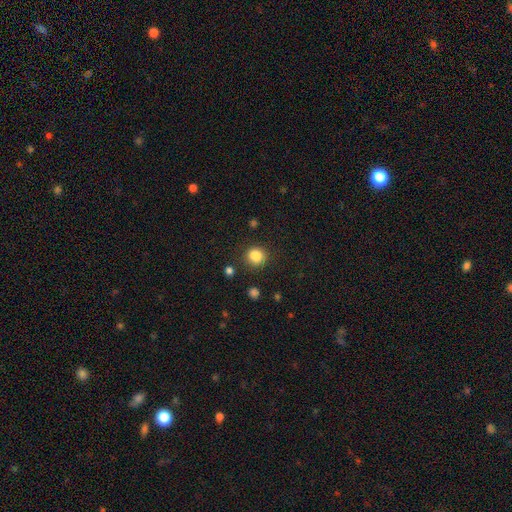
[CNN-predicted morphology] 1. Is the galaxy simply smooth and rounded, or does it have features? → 85% smooth, 11% star or artifact, 4% featured or disk.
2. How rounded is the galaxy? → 85% round, 14% in between, 1% cigar-shaped.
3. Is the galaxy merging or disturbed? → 84% none, 10% minor disturbance, 3% major disturbance, 3% merger.